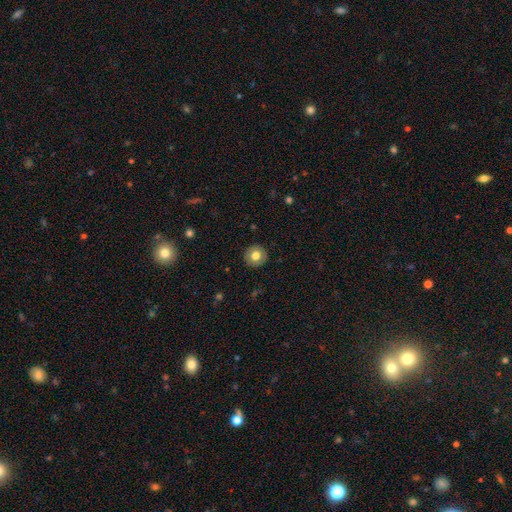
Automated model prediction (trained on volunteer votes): smooth 73%, featured or disk 20%, star or artifact 8%. Down the decision tree: how rounded — round (93%); merging — none (91%).